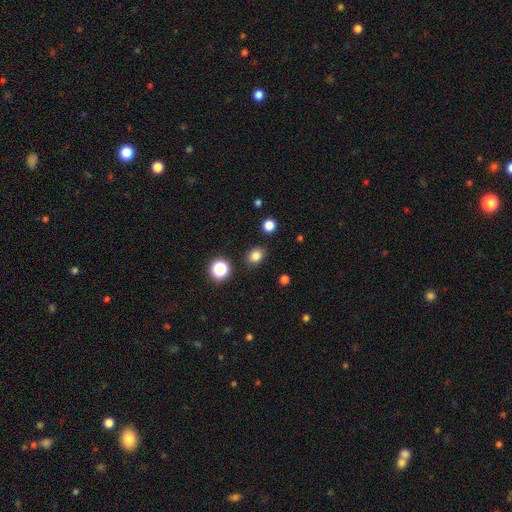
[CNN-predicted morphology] smooth_or_featured: smooth (p=0.82) [alt: star or artifact p=0.14]
how_rounded: round (p=0.57) [alt: in between p=0.42]
merging: none (p=0.86) [alt: minor disturbance p=0.09]